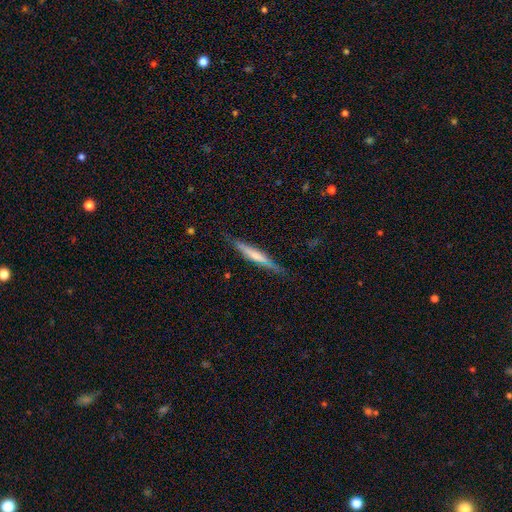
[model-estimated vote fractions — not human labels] smooth-or-featured: featured or disk: 47% (tied) | smooth: 47% (tied) | star or artifact: 6%
  merging: none: 83% | minor disturbance: 13% | major disturbance: 3% | merger: 1%